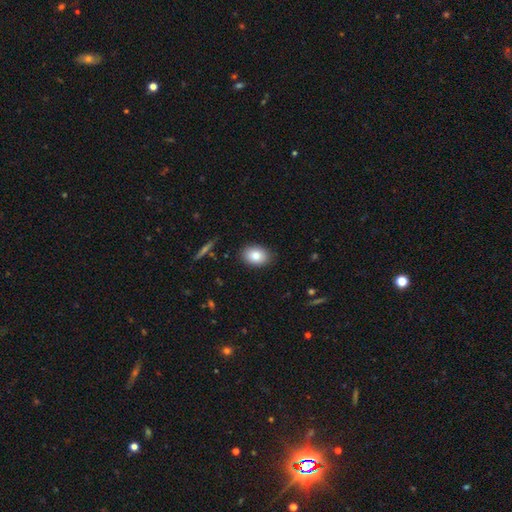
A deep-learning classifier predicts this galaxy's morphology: The model was most divided on "how rounded": in between: 79%, round: 20%, cigar-shaped: 1%. More confident: merging — none (88%); smooth or featured — smooth (81%).